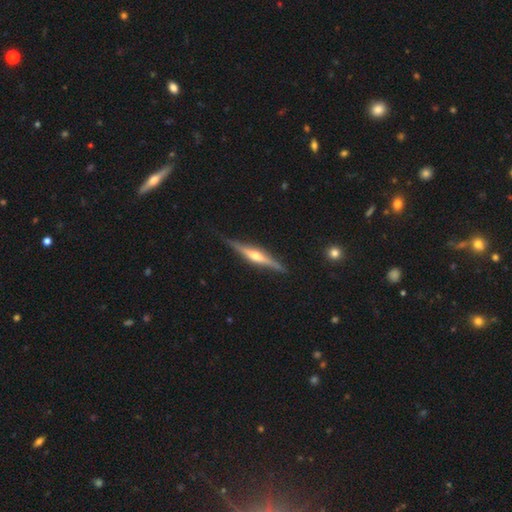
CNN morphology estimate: Overall: featured or disk (76%). Edge-on disk: yes (97%). Edge-on bulge: rounded (87%). Merging: none (85%).